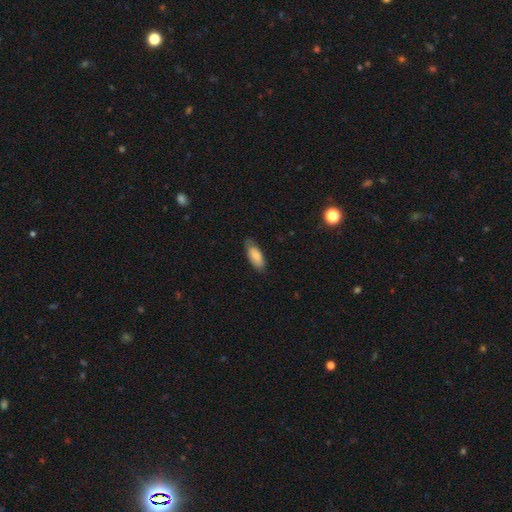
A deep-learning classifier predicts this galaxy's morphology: Smooth or featured?
  - smooth: 82% *
  - featured or disk: 12%
  - star or artifact: 6%
How rounded?
  - in between: 79% *
  - cigar-shaped: 19%
  - round: 2%
Merging?
  - none: 75% *
  - minor disturbance: 21%
  - major disturbance: 4%
  - merger: 1%